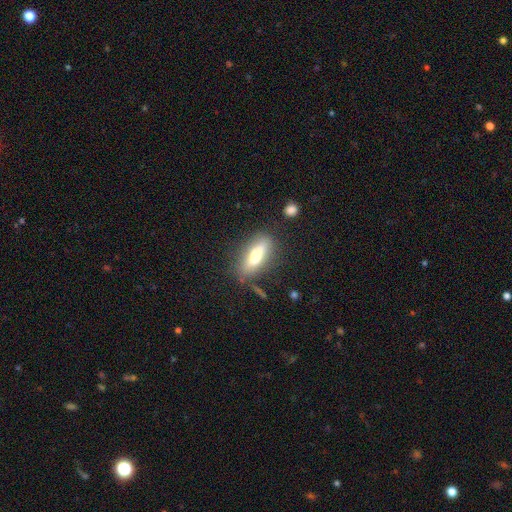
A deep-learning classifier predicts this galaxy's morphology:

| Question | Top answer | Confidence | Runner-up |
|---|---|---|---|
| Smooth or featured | smooth | 64% | featured or disk (28%) |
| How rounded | in between | 57% | cigar-shaped (41%) |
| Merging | none | 76% | minor disturbance (15%) |